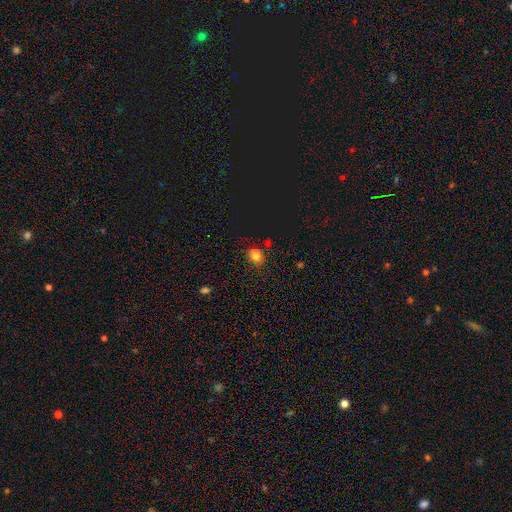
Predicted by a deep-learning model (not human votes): smooth_or_featured: smooth (p=0.78) [alt: star or artifact p=0.16]
how_rounded: round (p=0.69) [alt: in between p=0.30]
merging: none (p=0.81) [alt: minor disturbance p=0.12]